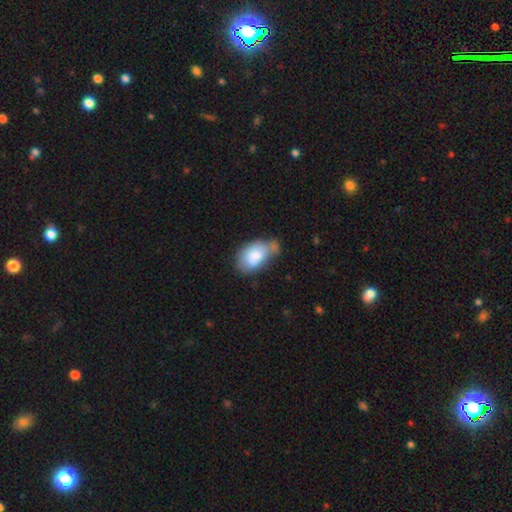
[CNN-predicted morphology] smooth_or_featured: smooth (p=0.79) [alt: featured or disk p=0.14]
how_rounded: in between (p=0.91) [alt: round p=0.07]
merging: none (p=0.34) [tied with: minor disturbance p=0.34]